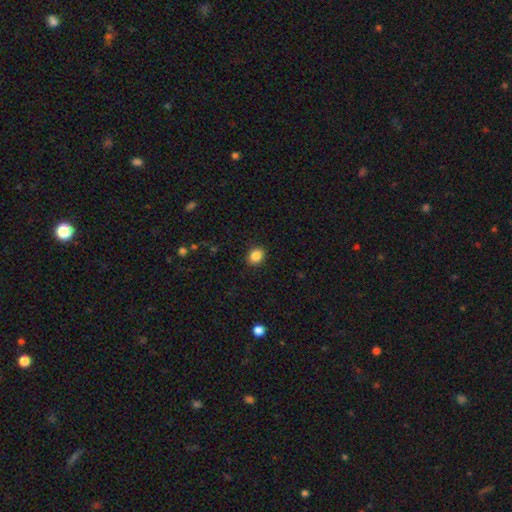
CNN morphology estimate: type=smooth (86%); roundness=round (67%); merging=none (90%).